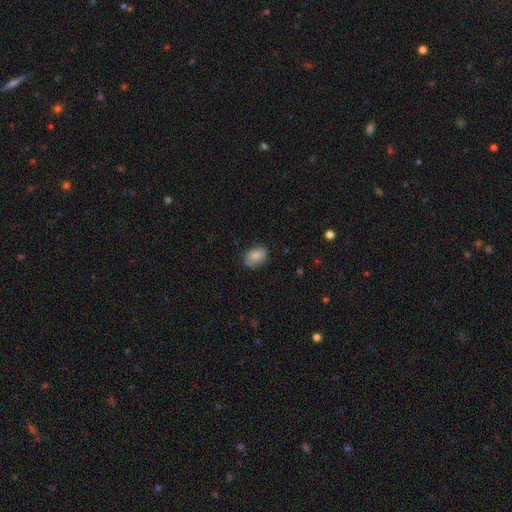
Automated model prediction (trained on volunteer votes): Overall: smooth (75%). How rounded: in between (77%). Merging: none (75%).